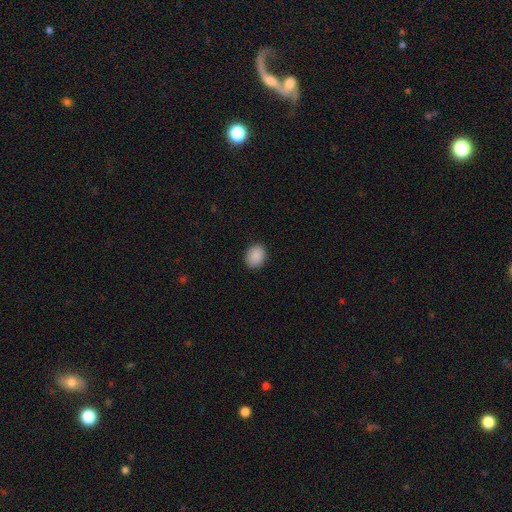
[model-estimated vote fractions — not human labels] This is clearly a smooth galaxy (89%). How rounded: possibly in between (51%). Merging: clearly none (88%).